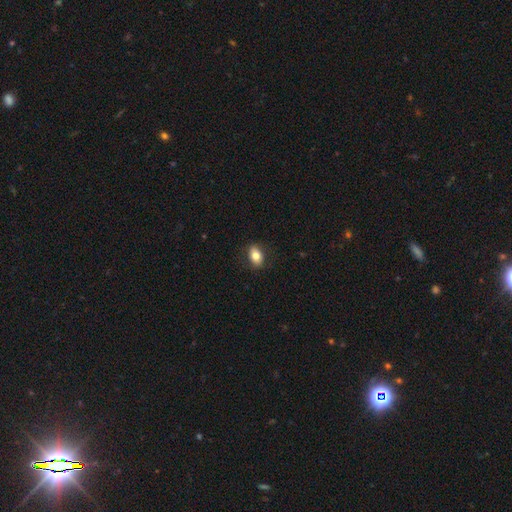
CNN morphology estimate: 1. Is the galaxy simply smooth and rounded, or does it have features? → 79% smooth, 14% featured or disk, 8% star or artifact.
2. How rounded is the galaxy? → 85% in between, 12% round, 3% cigar-shaped.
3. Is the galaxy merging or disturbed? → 85% none, 11% minor disturbance, 3% major disturbance, 1% merger.